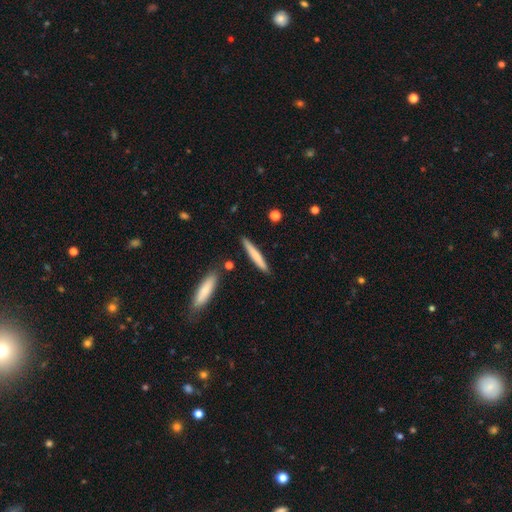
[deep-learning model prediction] Smooth or featured?
  - smooth: 69% *
  - featured or disk: 26%
  - star or artifact: 5%
How rounded?
  - cigar-shaped: 95% *
  - in between: 4%
  - round: 1%
Merging?
  - none: 87% *
  - minor disturbance: 8%
  - merger: 3%
  - major disturbance: 2%